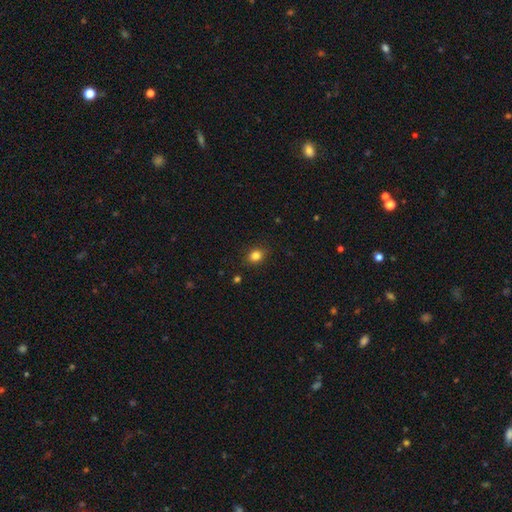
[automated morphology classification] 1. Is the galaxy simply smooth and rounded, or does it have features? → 83% smooth, 12% star or artifact, 5% featured or disk.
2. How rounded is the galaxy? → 61% round, 38% in between, 1% cigar-shaped.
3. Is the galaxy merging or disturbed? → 89% none, 8% minor disturbance, 2% major disturbance, 1% merger.